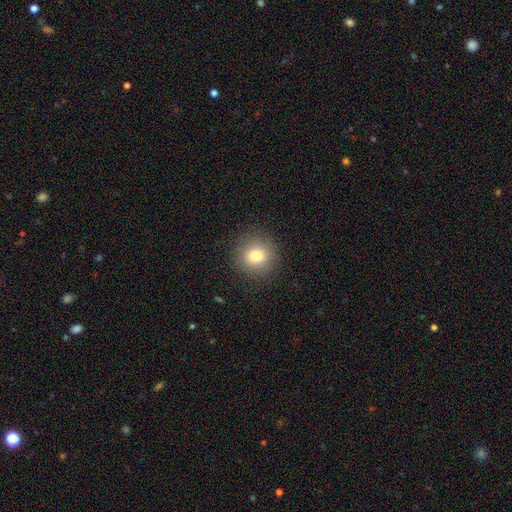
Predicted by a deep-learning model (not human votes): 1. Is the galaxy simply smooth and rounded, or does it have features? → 83% smooth, 10% star or artifact, 7% featured or disk.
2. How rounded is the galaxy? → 88% round, 11% in between, 1% cigar-shaped.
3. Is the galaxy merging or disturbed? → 88% none, 8% minor disturbance, 3% major disturbance, 1% merger.